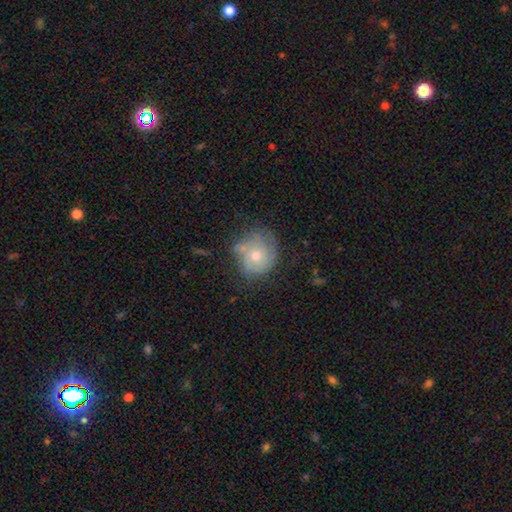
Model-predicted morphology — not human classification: The model was most divided on "smooth or featured": featured or disk: 47%, smooth: 43%, star or artifact: 9%. More confident: merging — none (57%).